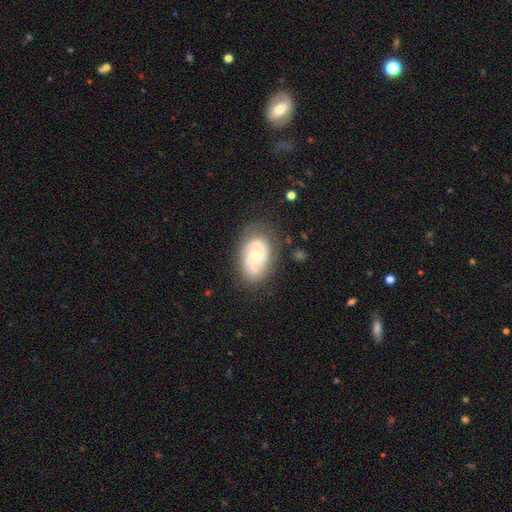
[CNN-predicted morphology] Smooth or featured: featured or disk — 77% (smooth — 18%)
Edge-on disk: no — 96% (yes — 4%)
Bar: no — 71% (weak — 24%)
Spiral arms: yes — 85% (no — 15%)
Spiral winding: tight — 50% (medium — 37%)
Spiral arm count: 2 — 61% (can't tell — 20%)
Bulge size: moderate — 52% (small — 43%)
Merging: none — 72% (minor disturbance — 19%)